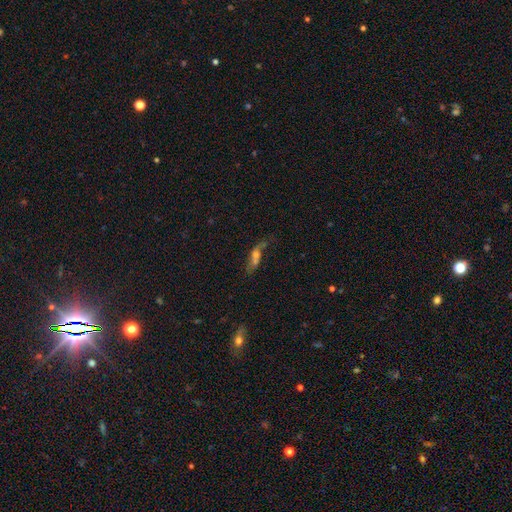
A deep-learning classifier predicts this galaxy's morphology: Smooth or featured? Predicted: featured or disk (p=0.45). Merging? Predicted: none (p=0.31).